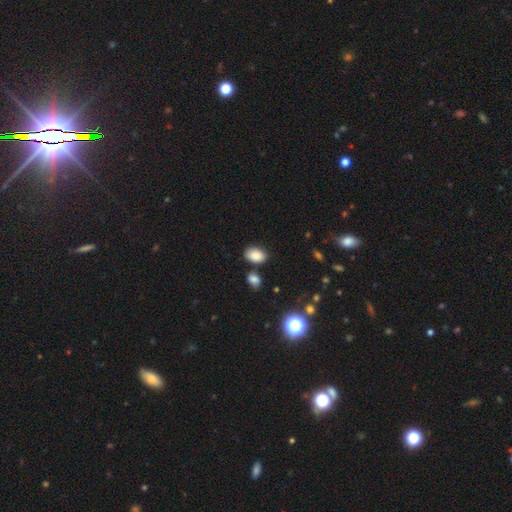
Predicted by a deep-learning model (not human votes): Smooth or featured? Predicted: smooth (p=0.85). How rounded? Predicted: in between (p=0.84). Merging? Predicted: none (p=0.74).